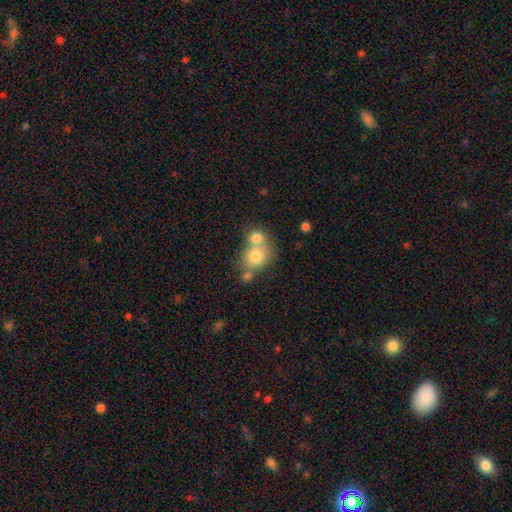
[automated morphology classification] smooth-or-featured: smooth: 74% | featured or disk: 16% | star or artifact: 10%
  how-rounded: round: 69% | in between: 30% | cigar-shaped: 1%
  merging: merger: 54% | none: 35% | minor disturbance: 8% | major disturbance: 4%